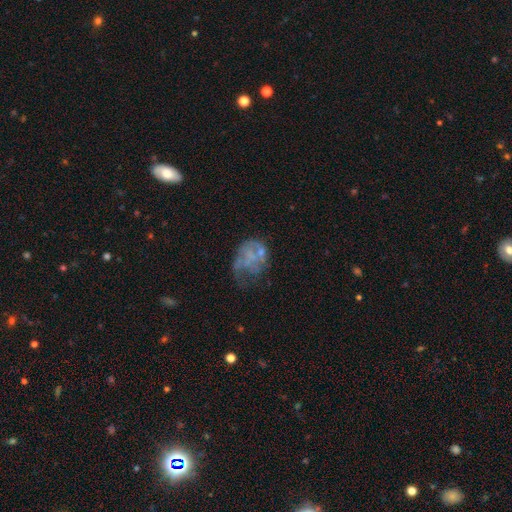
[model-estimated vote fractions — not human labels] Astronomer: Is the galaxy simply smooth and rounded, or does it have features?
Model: featured or disk — 50% (runner-up: smooth, 35%).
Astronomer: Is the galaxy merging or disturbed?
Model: major disturbance — 39% (runner-up: none, 29%).